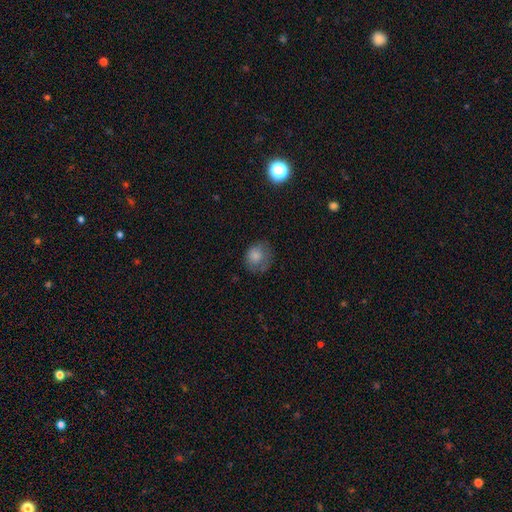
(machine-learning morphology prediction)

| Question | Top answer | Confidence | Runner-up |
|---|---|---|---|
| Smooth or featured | smooth | 77% | featured or disk (14%) |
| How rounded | round | 69% | in between (30%) |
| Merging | none | 58% | minor disturbance (27%) |